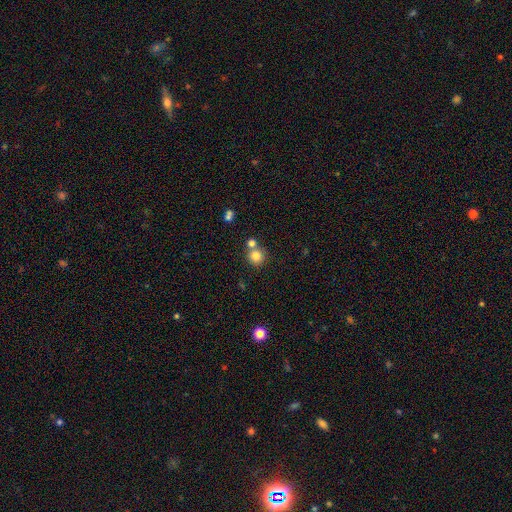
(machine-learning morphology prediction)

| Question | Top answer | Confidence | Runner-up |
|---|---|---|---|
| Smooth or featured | smooth | 80% | star or artifact (12%) |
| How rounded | round | 92% | in between (7%) |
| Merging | none | 65% | merger (25%) |